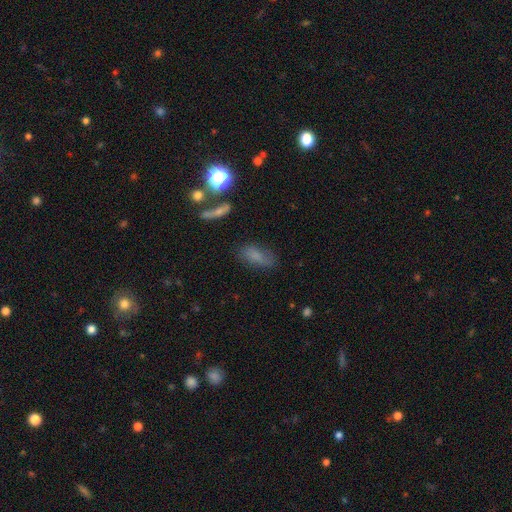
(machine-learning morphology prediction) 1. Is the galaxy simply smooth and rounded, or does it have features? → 75% smooth, 13% featured or disk, 12% star or artifact.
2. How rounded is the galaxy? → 79% in between, 17% cigar-shaped, 5% round.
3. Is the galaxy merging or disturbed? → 67% none, 21% minor disturbance, 8% major disturbance, 4% merger.